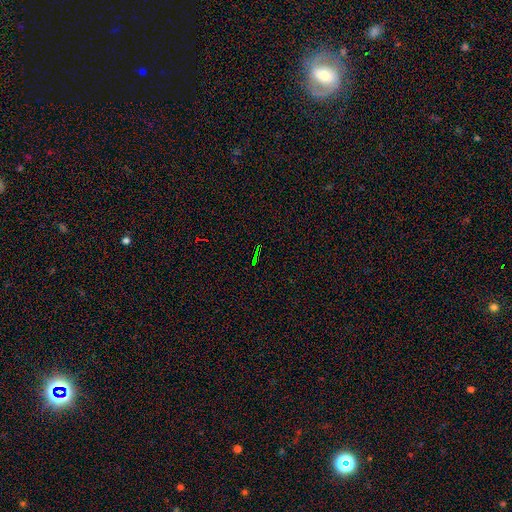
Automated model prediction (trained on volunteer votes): Q: Smooth or featured?
A: star or artifact (76%); runner-up: smooth (13%)